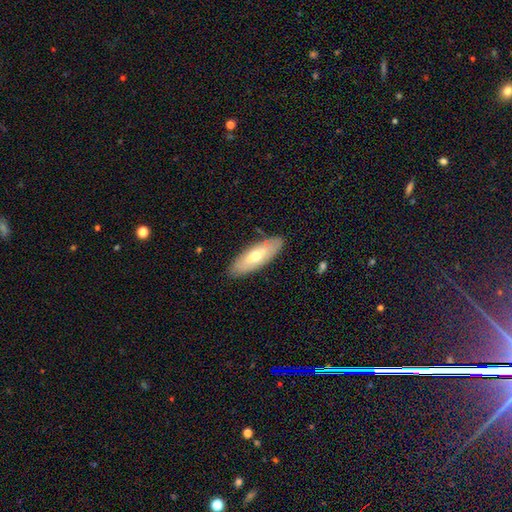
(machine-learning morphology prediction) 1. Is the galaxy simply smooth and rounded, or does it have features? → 51% smooth, 43% featured or disk, 5% star or artifact.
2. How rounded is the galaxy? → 66% in between, 32% cigar-shaped, 2% round.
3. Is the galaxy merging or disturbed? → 87% none, 10% minor disturbance, 2% major disturbance, 1% merger.